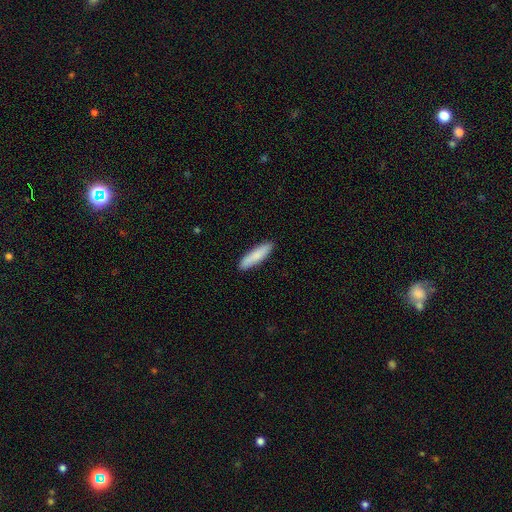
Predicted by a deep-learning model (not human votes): Smooth or featured: smooth — 84% (featured or disk — 10%)
How rounded: cigar-shaped — 76% (in between — 23%)
Merging: none — 89% (minor disturbance — 8%)